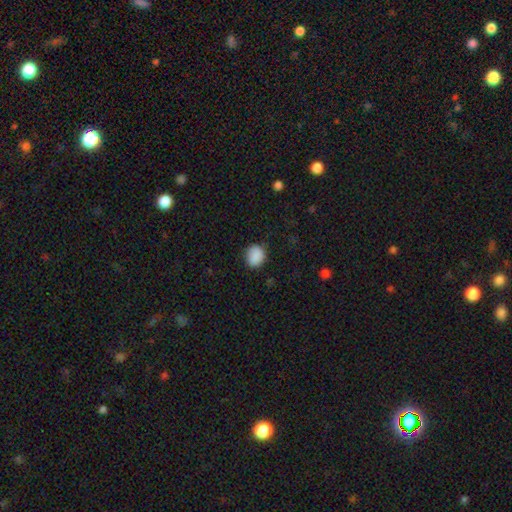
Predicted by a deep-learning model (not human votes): Smooth or featured: smooth — 87% (star or artifact — 8%)
How rounded: round — 61% (in between — 38%)
Merging: none — 80% (minor disturbance — 15%)